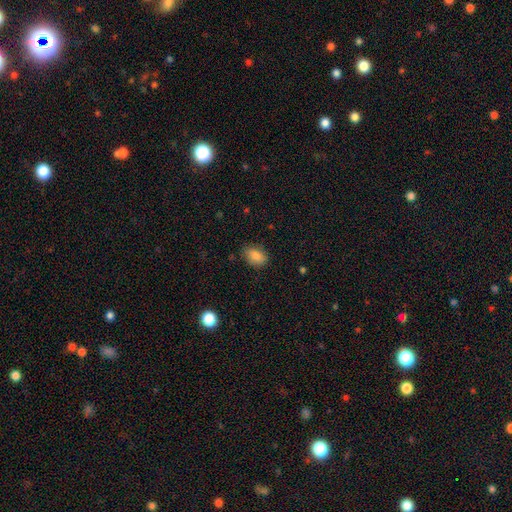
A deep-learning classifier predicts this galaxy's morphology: The model was most divided on "how rounded": in between: 77%, round: 22%, cigar-shaped: 1%. More confident: smooth or featured — smooth (84%); merging — none (82%).